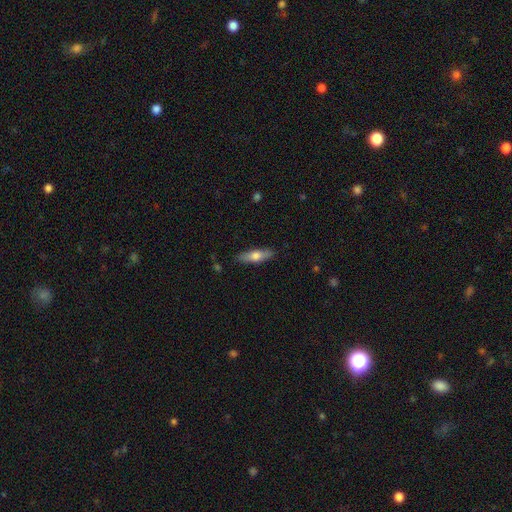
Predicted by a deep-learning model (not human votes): Smooth or featured: smooth — 60% (featured or disk — 34%)
How rounded: cigar-shaped — 56% (in between — 41%)
Merging: none — 86% (minor disturbance — 11%)